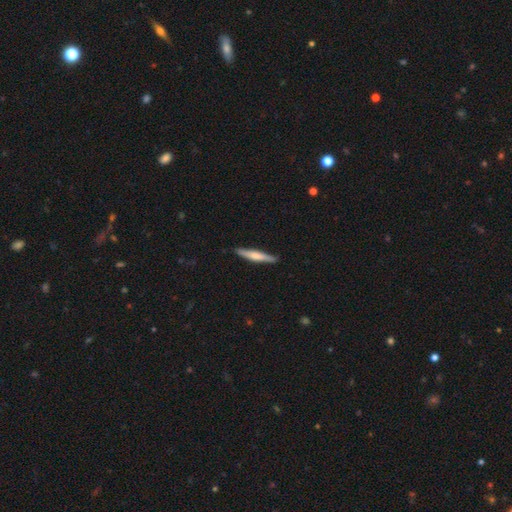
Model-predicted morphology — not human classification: smooth_or_featured: smooth (p=0.56) [alt: featured or disk p=0.39]
how_rounded: cigar-shaped (p=0.92) [alt: in between p=0.06]
merging: none (p=0.89) [alt: minor disturbance p=0.09]